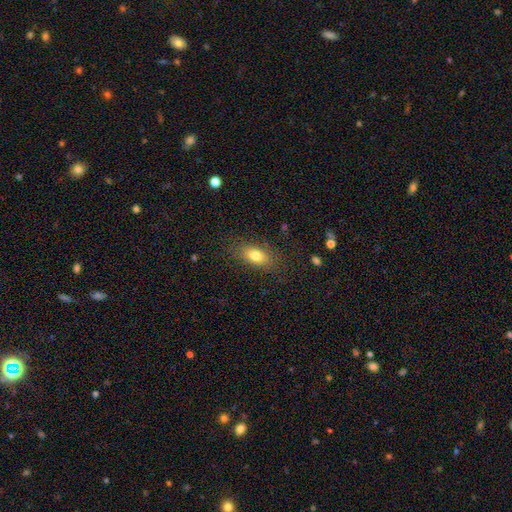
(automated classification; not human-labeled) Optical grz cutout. It shows a smooth galaxy with no disk features (78%) that is in between round and cigar-shaped (83%). Merging: none (82%).